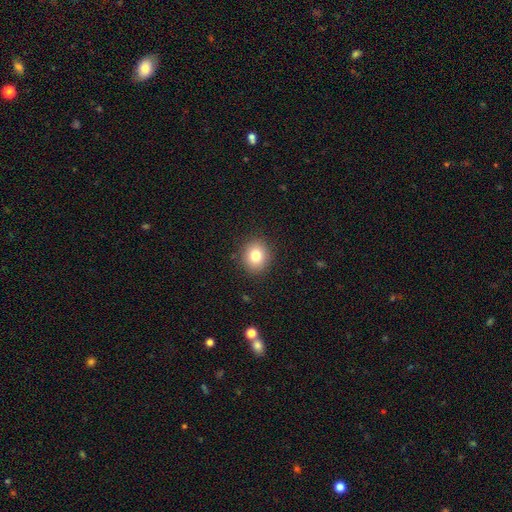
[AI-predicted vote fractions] This is likely a smooth galaxy (80%). How rounded: likely round (73%). Merging: clearly none (89%).